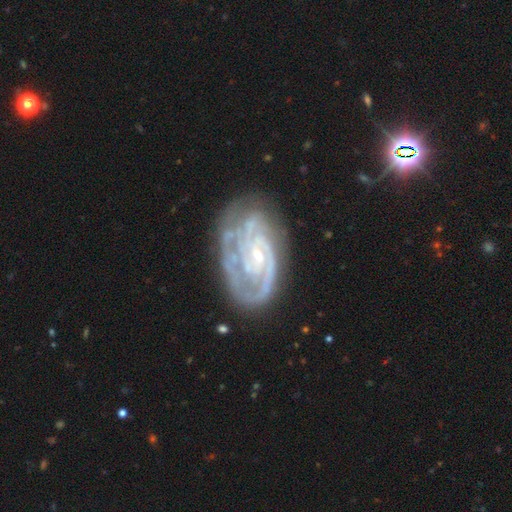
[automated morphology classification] Smooth or featured? featured or disk (88%)
Edge-on disk? no (97%)
Bar? no (57%)
Spiral arms? yes (95%)
Spiral winding? tight (67%)
Spiral arm count? 2 (35%)
Bulge size? small (78%)
Merging? none (67%)